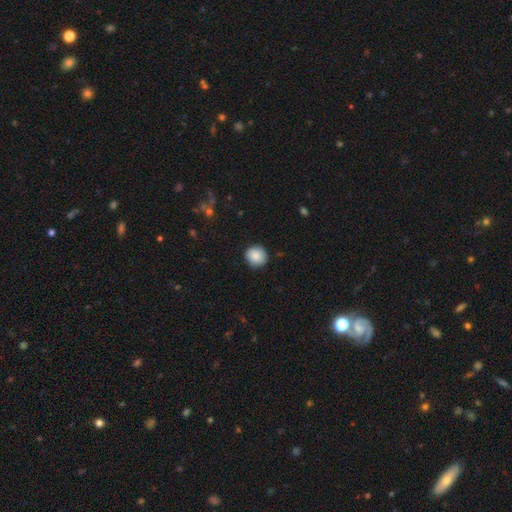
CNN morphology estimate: smooth_or_featured: smooth (p=0.88) [alt: star or artifact p=0.08]
how_rounded: round (p=0.90) [alt: in between p=0.09]
merging: none (p=0.90) [alt: minor disturbance p=0.08]